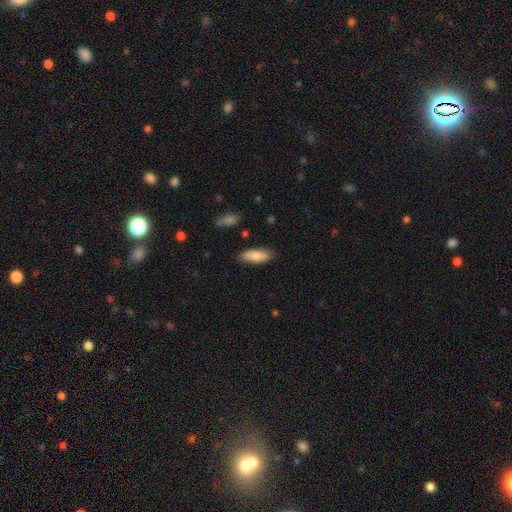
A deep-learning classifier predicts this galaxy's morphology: smooth-or-featured: smooth: 82% | featured or disk: 12% | star or artifact: 6%
  how-rounded: in between: 63% | cigar-shaped: 35% | round: 2%
  merging: none: 83% | minor disturbance: 13% | major disturbance: 2% | merger: 2%